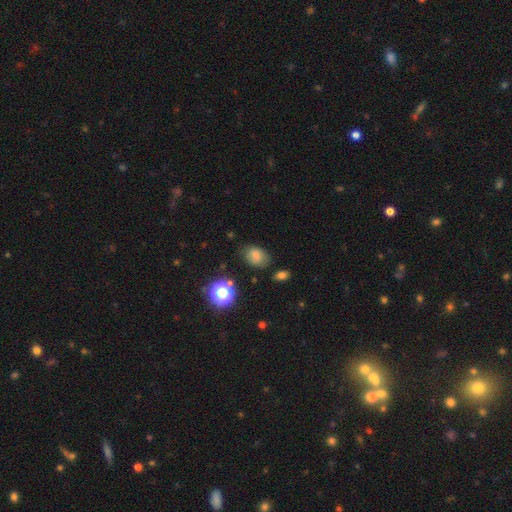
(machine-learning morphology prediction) Q: Smooth or featured?
A: smooth (78%); runner-up: star or artifact (15%)
Q: How rounded?
A: in between (66%); runner-up: round (33%)
Q: Merging?
A: none (71%); runner-up: minor disturbance (20%)